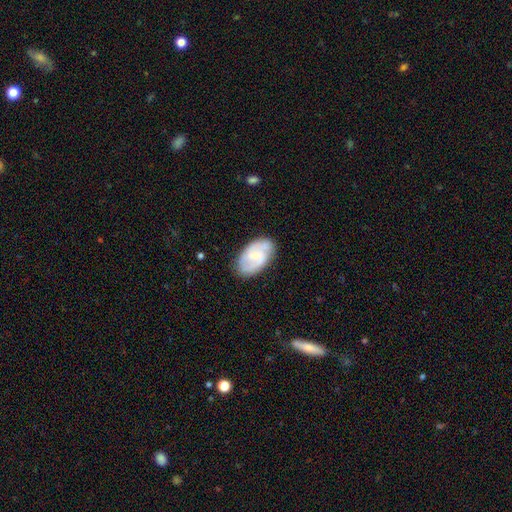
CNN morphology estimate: Smooth or featured? featured or disk (66%)
Edge-on disk? no (97%)
Bar? weak (48%)
Spiral arms? yes (89%)
Spiral winding? medium (47%)
Spiral arm count? 2 (70%)
Bulge size? small (59%)
Merging? none (77%)